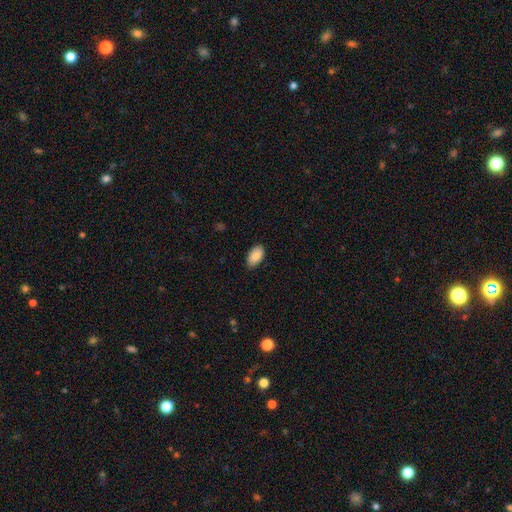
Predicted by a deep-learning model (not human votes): A smooth galaxy with no disk features (88%) that is in between round and cigar-shaped (95%).

Vote fractions:
- Smooth or featured? smooth: 88% / star or artifact: 6% / featured or disk: 5%
- How rounded? in between: 95% / round: 4% / cigar-shaped: 2%
- Merging? none: 86% / minor disturbance: 11% / major disturbance: 2% / merger: 1%